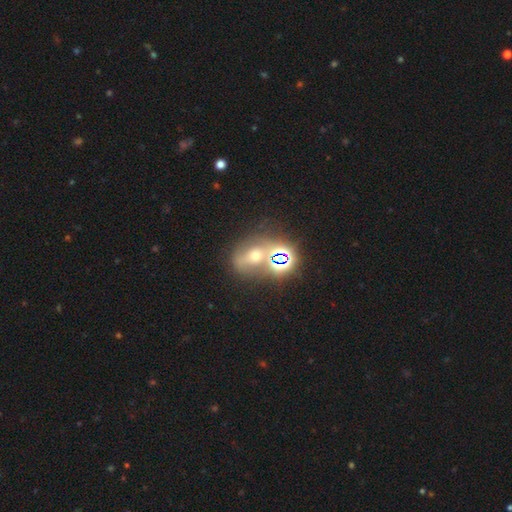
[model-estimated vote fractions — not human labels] Smooth or featured?
  - star or artifact: 41% *
  - featured or disk: 30%
  - smooth: 30%